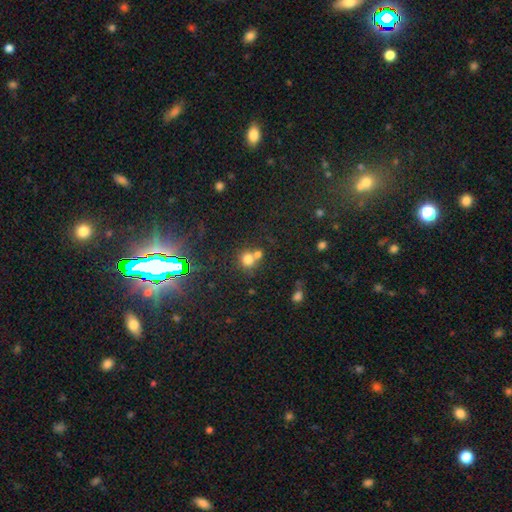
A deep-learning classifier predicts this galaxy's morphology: Overall: smooth (55%; star or artifact 36%). How rounded: round (86%). Merging: none (55%; merger 35%).